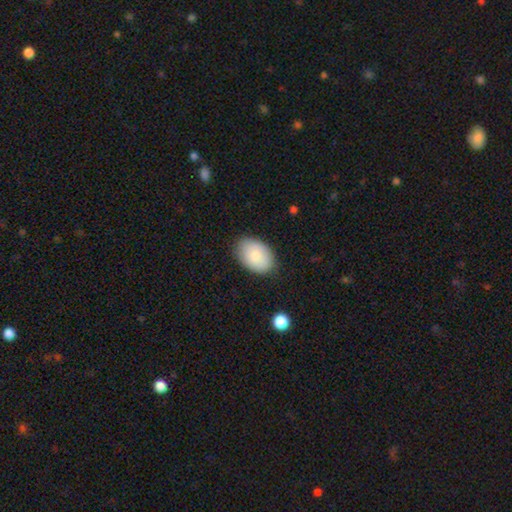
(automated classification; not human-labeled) A smooth galaxy with no disk features (79%) that is in between round and cigar-shaped (86%).

Vote fractions:
- Smooth or featured? smooth: 79% / featured or disk: 14% / star or artifact: 7%
- How rounded? in between: 86% / round: 13% / cigar-shaped: 1%
- Merging? none: 83% / minor disturbance: 13% / major disturbance: 3% / merger: 1%